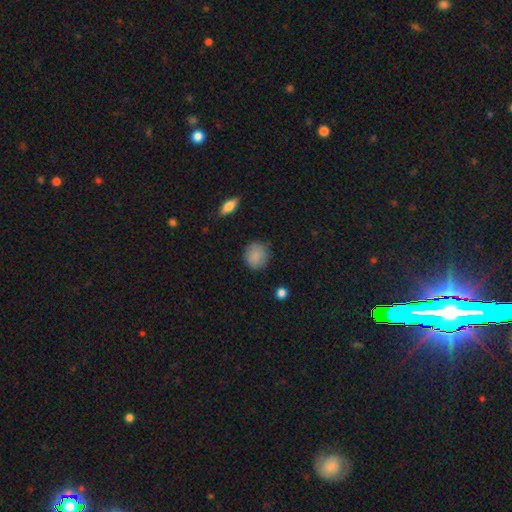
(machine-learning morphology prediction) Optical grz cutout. It shows a smooth galaxy with no disk features (86%) that is round (85%). Merging: none (82%).